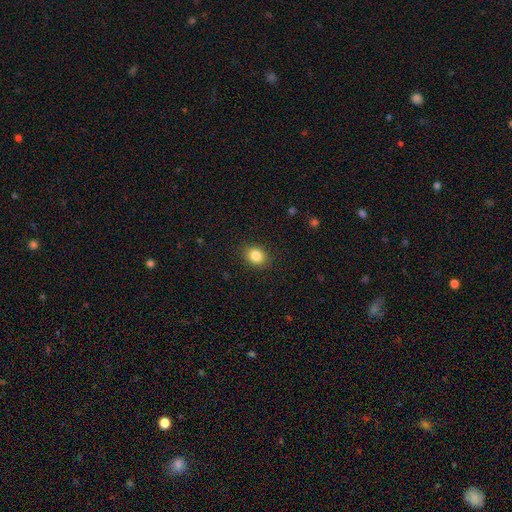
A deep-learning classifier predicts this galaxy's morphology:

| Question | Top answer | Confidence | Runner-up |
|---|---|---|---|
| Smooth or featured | smooth | 84% | star or artifact (10%) |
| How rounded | in between | 51% | round (48%) |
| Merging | none | 88% | minor disturbance (8%) |